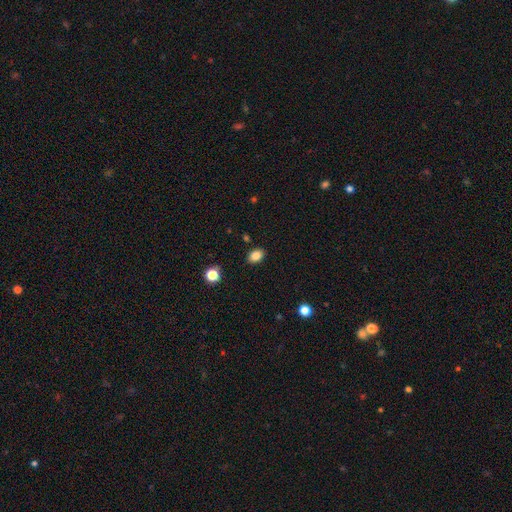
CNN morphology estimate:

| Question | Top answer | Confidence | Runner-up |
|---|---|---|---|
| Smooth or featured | smooth | 85% | star or artifact (10%) |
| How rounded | in between | 77% | round (22%) |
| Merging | none | 87% | minor disturbance (9%) |